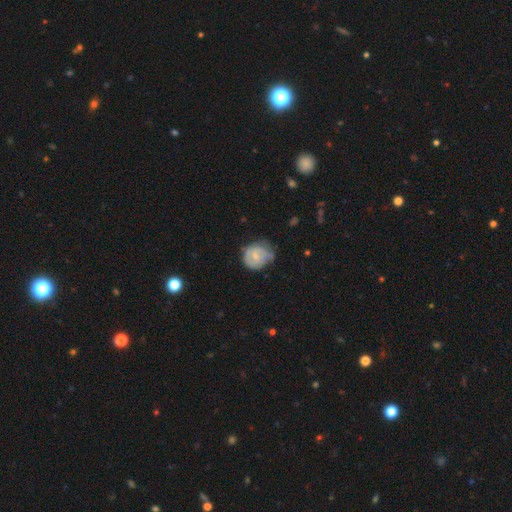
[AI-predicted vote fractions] The model was most divided on "merging": none: 44%, minor disturbance: 39%, major disturbance: 15%, merger: 2%. More confident: how rounded — round (70%); smooth or featured — smooth (50%).